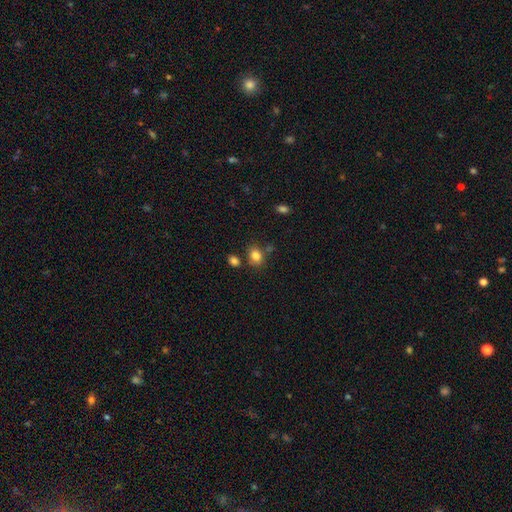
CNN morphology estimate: A smooth galaxy with no disk features (83%) that is in between round and cigar-shaped (57%). Merging: none (69%).